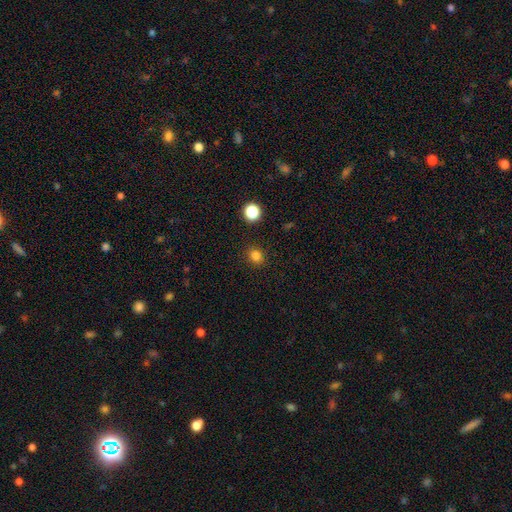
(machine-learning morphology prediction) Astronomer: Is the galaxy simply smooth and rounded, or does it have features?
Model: smooth — 81%.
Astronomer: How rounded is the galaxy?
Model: round — 75%.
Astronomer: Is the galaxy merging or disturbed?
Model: none — 89%.